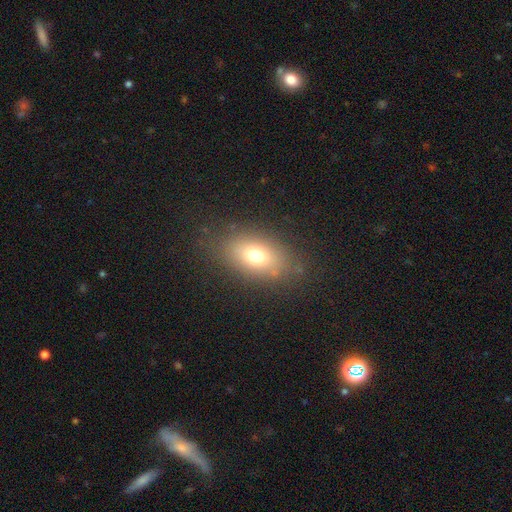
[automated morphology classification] Smooth or featured? smooth (70%)
How rounded? in between (78%)
Merging? none (81%)